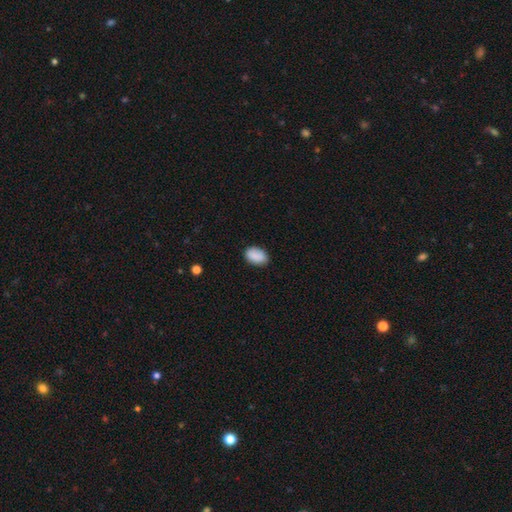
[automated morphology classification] Smooth or featured? smooth (88%)
How rounded? in between (87%)
Merging? none (82%)